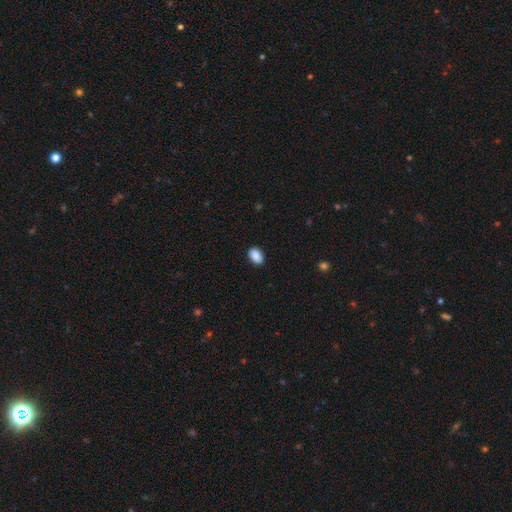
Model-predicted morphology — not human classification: Smooth or featured?
  - smooth: 89% *
  - star or artifact: 7%
  - featured or disk: 4%
How rounded?
  - in between: 85% *
  - round: 13%
  - cigar-shaped: 1%
Merging?
  - none: 88% *
  - minor disturbance: 9%
  - major disturbance: 2%
  - merger: 1%